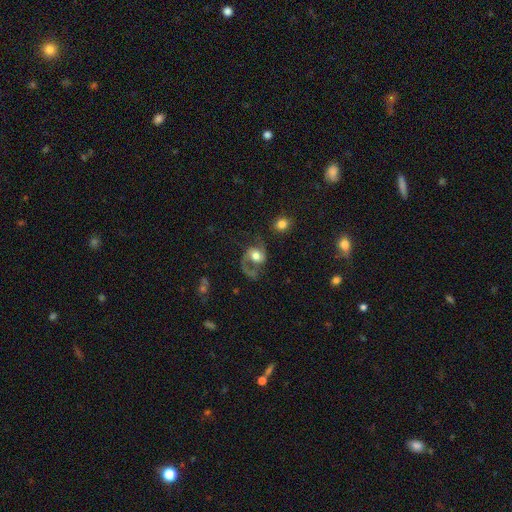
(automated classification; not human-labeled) featured or disk 74%, smooth 20%, star or artifact 7%. Down the decision tree: edge-on disk — no (98%); bar — no (63%); spiral arms — yes (91%); spiral arm count — 2 (56%); spiral winding — loose (47%); bulge size — moderate (60%); merging — none (43%).